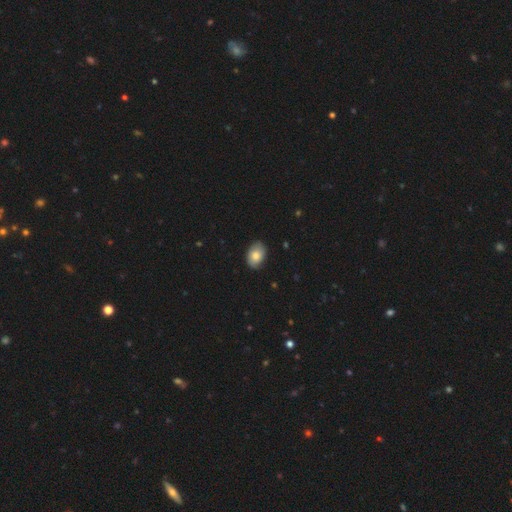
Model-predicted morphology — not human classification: The model was most divided on "smooth or featured": smooth: 78%, featured or disk: 15%, star or artifact: 7%. More confident: how rounded — in between (83%); merging — none (82%).